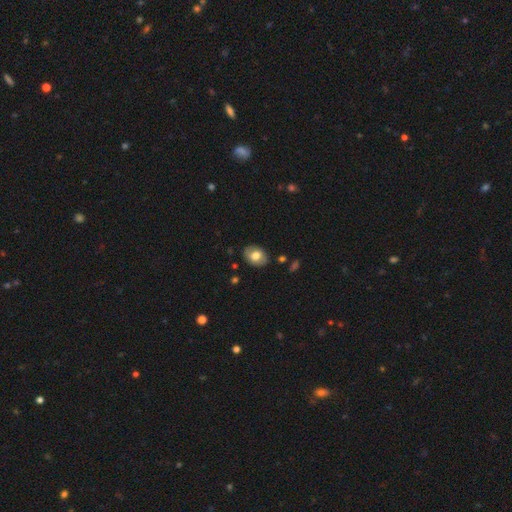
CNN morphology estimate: type=smooth (71%); roundness=in between (69%); merging=none (83%).